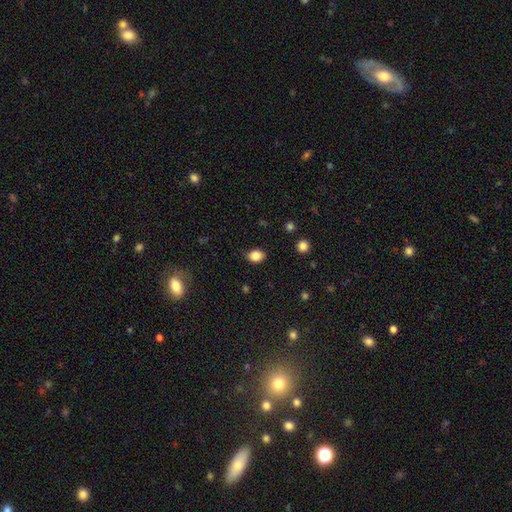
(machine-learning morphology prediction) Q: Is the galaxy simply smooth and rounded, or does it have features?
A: smooth — 85%.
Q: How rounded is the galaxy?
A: in between — 51%.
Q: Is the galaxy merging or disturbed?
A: none — 74%.